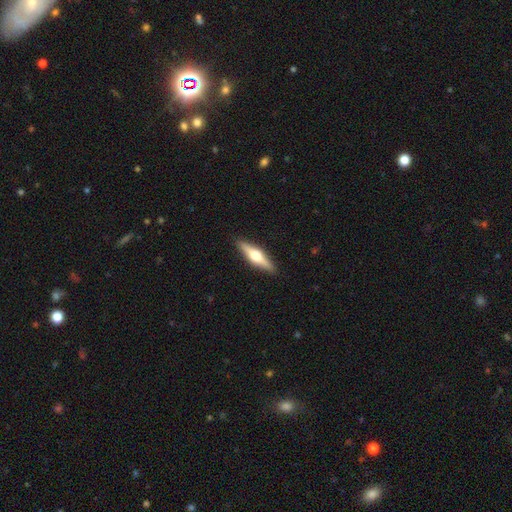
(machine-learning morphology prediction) A featured or disk galaxy (61%) viewed edge-on (96%) with a rounded central bulge (95%). Merging: none (91%).